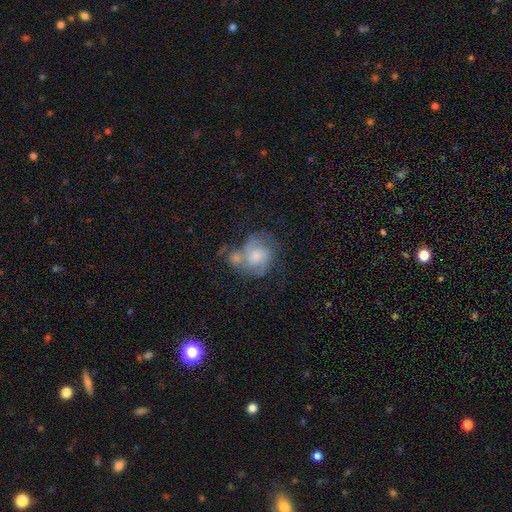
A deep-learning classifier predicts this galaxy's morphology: This is likely a featured or disk galaxy (63%). It is clearly not viewed edge-on (98%). Bar: likely no (70%). Spiral arm pattern: clearly yes (82%). Spiral arm count: marginally 2 (39%). Spiral winding: possibly medium (46%). Central bulge: possibly moderate (45%). Merging: marginally none (34%).